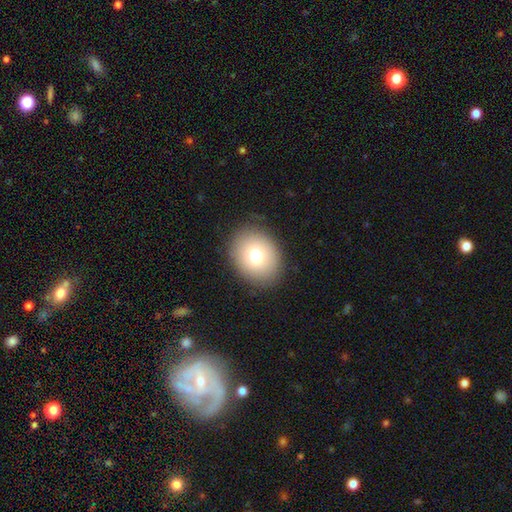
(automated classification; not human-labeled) smooth 74%, featured or disk 14%, star or artifact 12%. Down the decision tree: how rounded — round (50%, tied with in between); merging — none (87%).